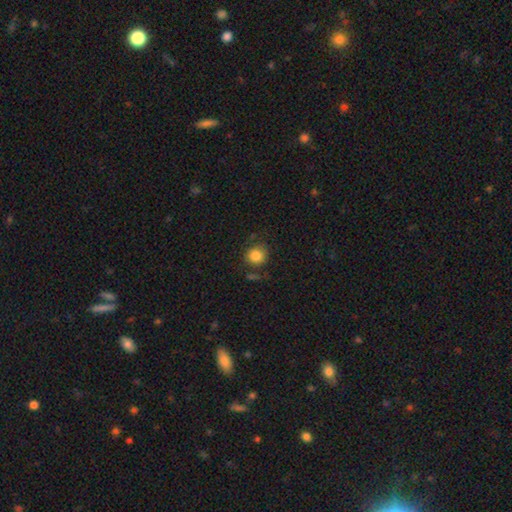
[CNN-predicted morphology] This appears to be a smooth galaxy with no disk features (84%) that is round (85%). Merging: none (74%).